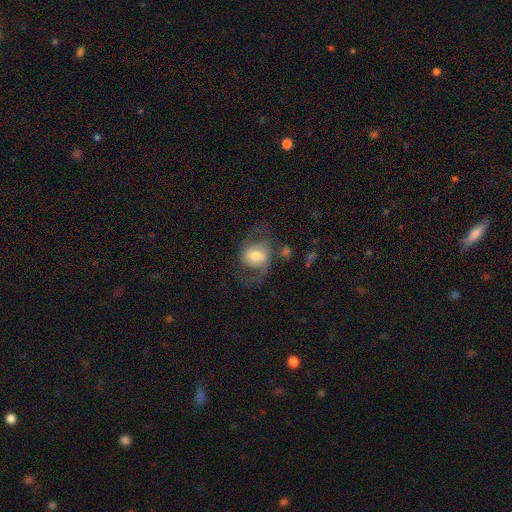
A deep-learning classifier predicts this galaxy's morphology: Smooth or featured? Predicted: featured or disk (p=0.55). Edge-on disk? Predicted: no (p=0.95). Bar? Predicted: no (p=0.47). Spiral arms? Predicted: yes (p=0.71). Bulge size? Predicted: moderate (p=0.64). Merging? Predicted: none (p=0.53).